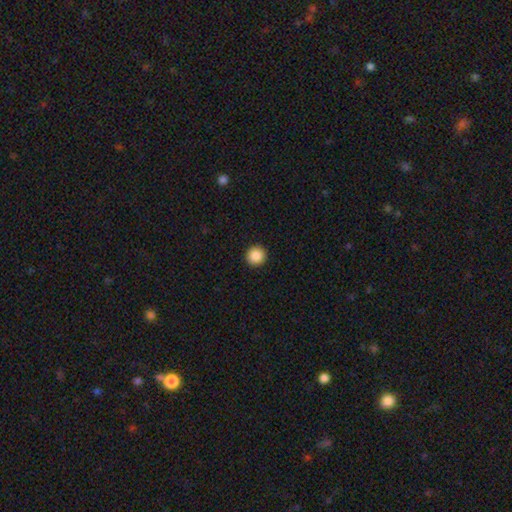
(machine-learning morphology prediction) type=smooth (88%); roundness=round (96%); merging=none (94%).